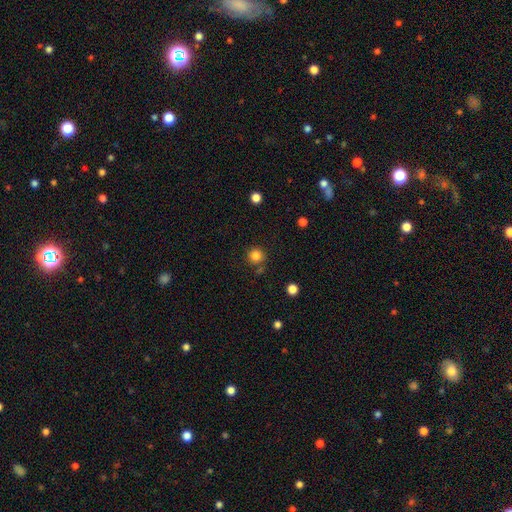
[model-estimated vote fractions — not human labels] This is clearly a smooth galaxy (83%). How rounded: clearly round (94%). Merging: clearly none (81%).